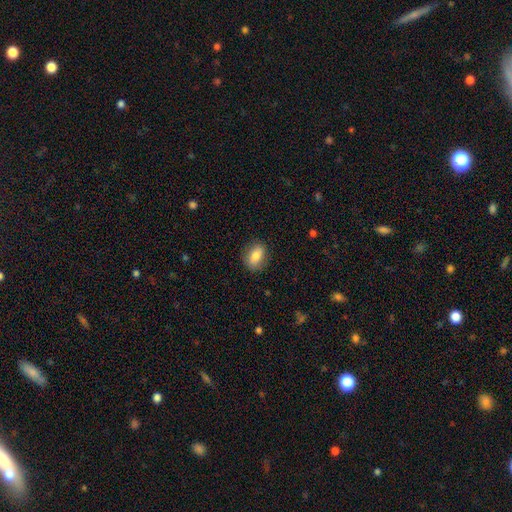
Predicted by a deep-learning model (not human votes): Morphology: type=smooth (79%); roundness=in between (77%); merging=none (84%).